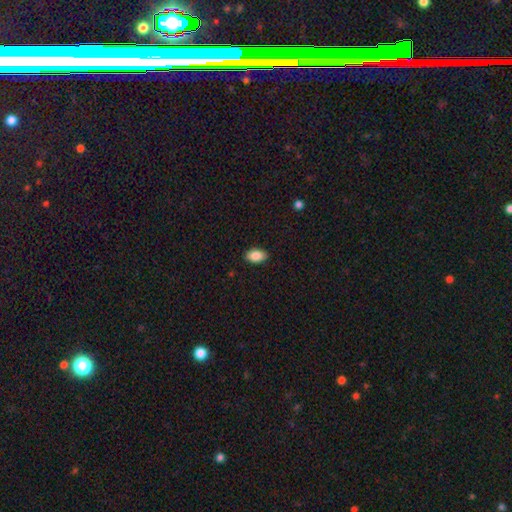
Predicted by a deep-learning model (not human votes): smooth 87%, star or artifact 7%, featured or disk 6%. Down the decision tree: how rounded — in between (92%); merging — none (89%).